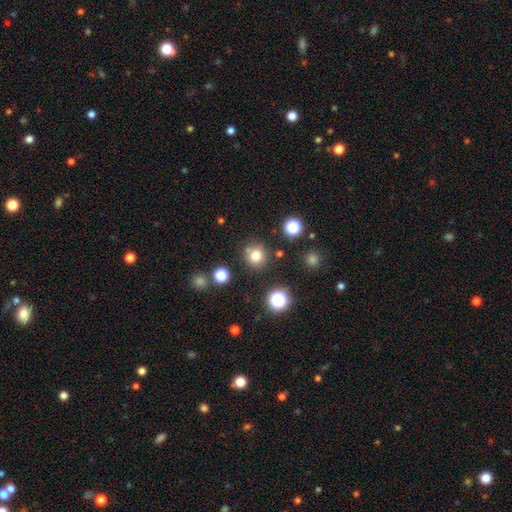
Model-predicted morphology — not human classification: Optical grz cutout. It shows a smooth galaxy with no disk features (77%) that is round (92%). Merging: none (77%).